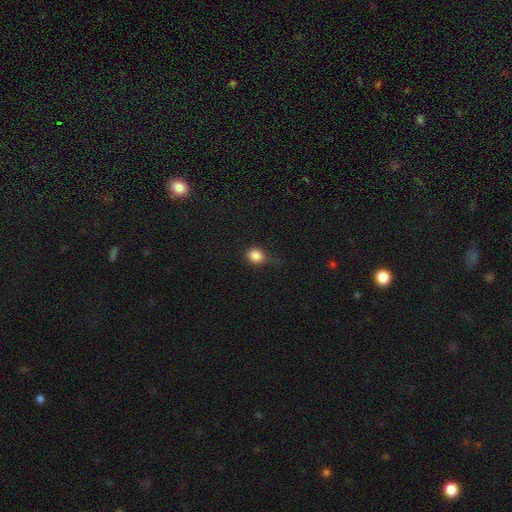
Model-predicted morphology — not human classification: smooth 84%, star or artifact 11%, featured or disk 5%. Down the decision tree: how rounded — round (67%); merging — none (59%).